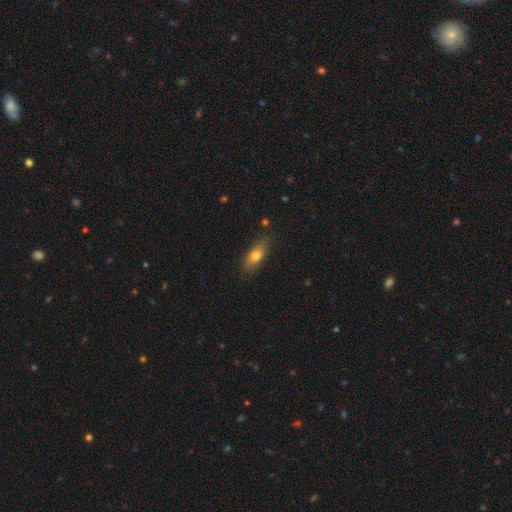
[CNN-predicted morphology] Overall: smooth (72%). How rounded: in between (73%). Merging: none (81%).